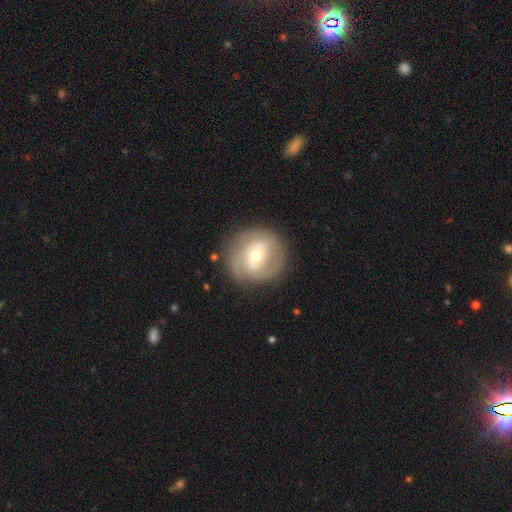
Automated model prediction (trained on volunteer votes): Smooth or featured?
  - featured or disk: 66% *
  - smooth: 28%
  - star or artifact: 6%
Edge-on disk?
  - no: 97% *
  - yes: 3%
Bar?
  - no: 45% *
  - weak: 39%
  - strong: 16%
Spiral arms?
  - yes: 71% *
  - no: 29%
Bulge size?
  - moderate: 64% *
  - small: 29%
  - large: 5%
  - dominant: 1%
  - none: 1%
Merging?
  - none: 81% *
  - minor disturbance: 12%
  - major disturbance: 5%
  - merger: 1%